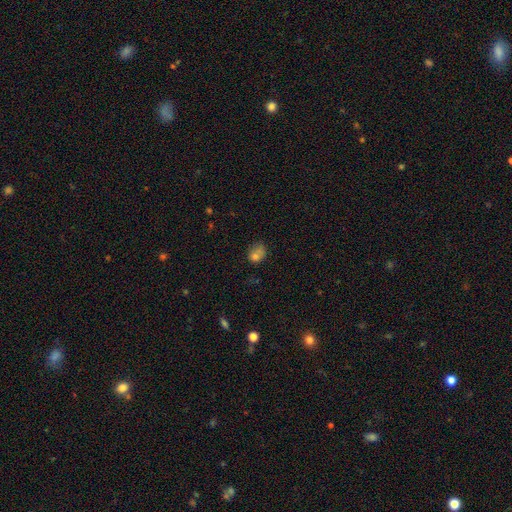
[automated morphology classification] A smooth galaxy with no disk features (71%) that is round (53%). Merging: none (37%).